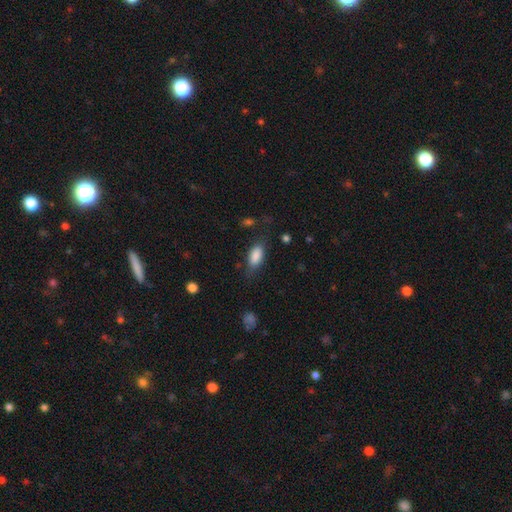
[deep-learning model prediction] smooth-or-featured: smooth: 85% | featured or disk: 8% | star or artifact: 7%
  how-rounded: in between: 87% | cigar-shaped: 10% | round: 3%
  merging: none: 64% | minor disturbance: 23% | major disturbance: 11% | merger: 2%